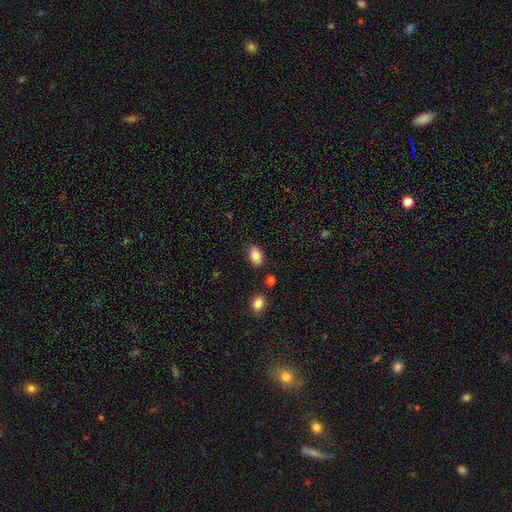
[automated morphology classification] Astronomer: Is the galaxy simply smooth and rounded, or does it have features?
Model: smooth — 86%.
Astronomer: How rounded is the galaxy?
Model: in between — 91%.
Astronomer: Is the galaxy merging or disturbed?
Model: none — 82%.